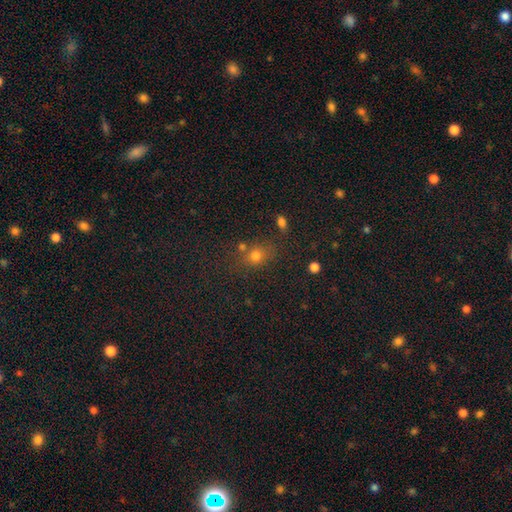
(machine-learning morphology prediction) The model was most divided on "how rounded": round: 66%, in between: 32%, cigar-shaped: 2%. More confident: smooth or featured — smooth (70%); merging — none (65%).